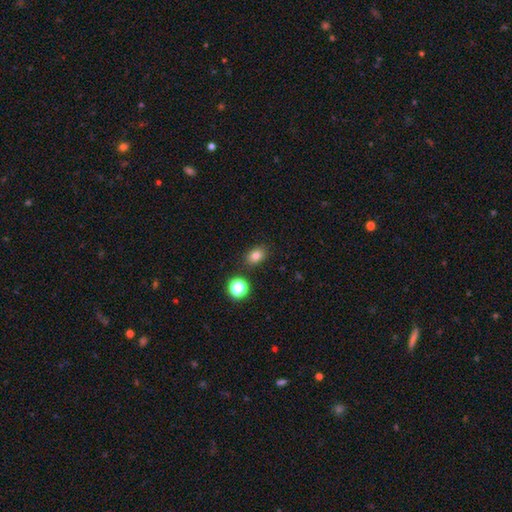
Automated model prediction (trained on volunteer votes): smooth 79%, star or artifact 13%, featured or disk 7%. Down the decision tree: how rounded — in between (70%); merging — none (84%).